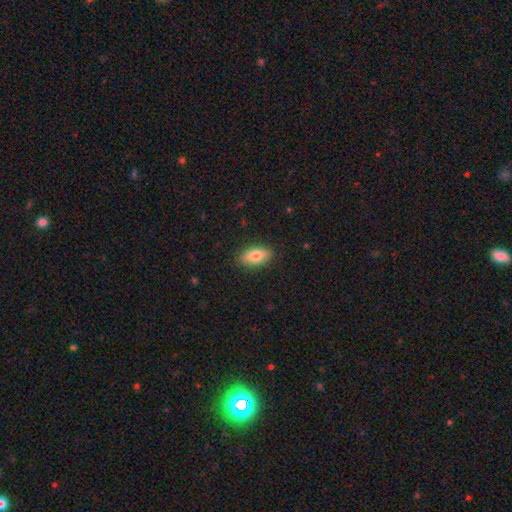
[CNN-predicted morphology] This is likely a smooth galaxy (75%). How rounded: clearly in between (86%). Merging: clearly none (86%).